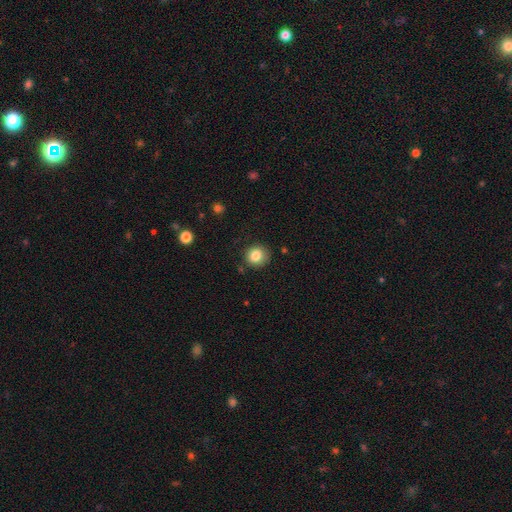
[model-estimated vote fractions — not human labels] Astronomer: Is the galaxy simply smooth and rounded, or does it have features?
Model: smooth — 83%.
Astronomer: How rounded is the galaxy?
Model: round — 87%.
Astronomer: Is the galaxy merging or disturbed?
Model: none — 85%.